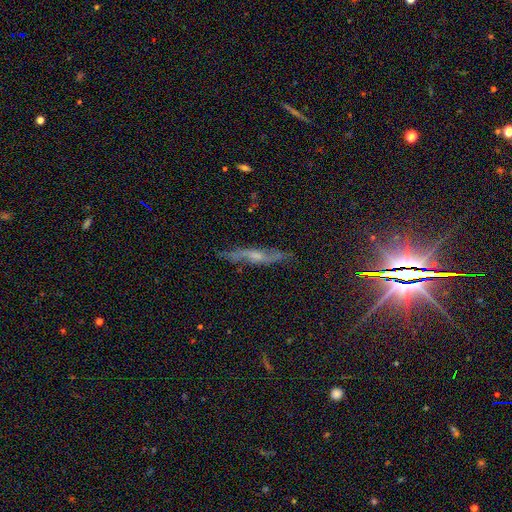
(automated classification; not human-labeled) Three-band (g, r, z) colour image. It shows a featured or disk galaxy (61%) viewed edge-on (61%). Merging: none (77%).